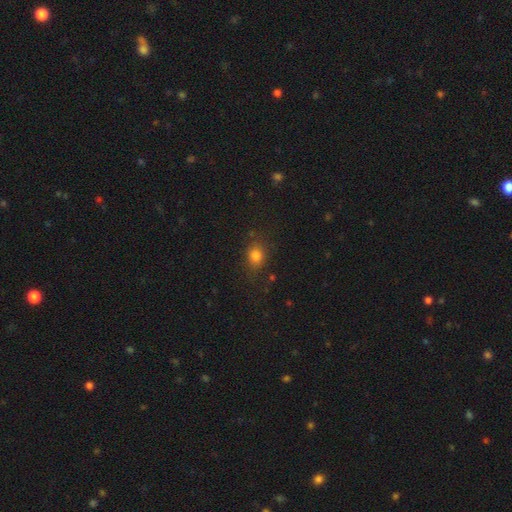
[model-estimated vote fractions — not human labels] Smooth or featured? smooth (80%)
How rounded? round (51%)
Merging? none (77%)